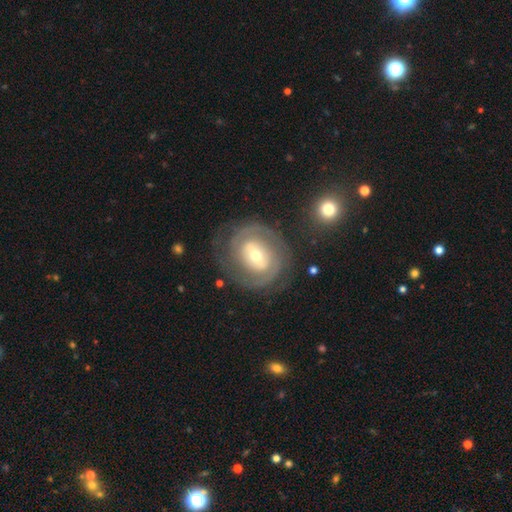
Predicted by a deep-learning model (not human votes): A featured or disk galaxy (81%) with a weak bar (42%), 2 (59%) tight (66%) spiral arms (88%) and a moderate central bulge (50%). Merging: none (75%).